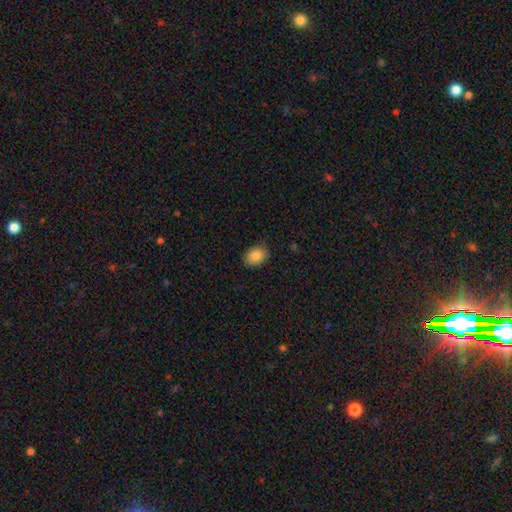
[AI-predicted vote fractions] Smooth or featured: smooth — 86% (star or artifact — 8%)
How rounded: in between — 73% (round — 26%)
Merging: none — 83% (minor disturbance — 13%)